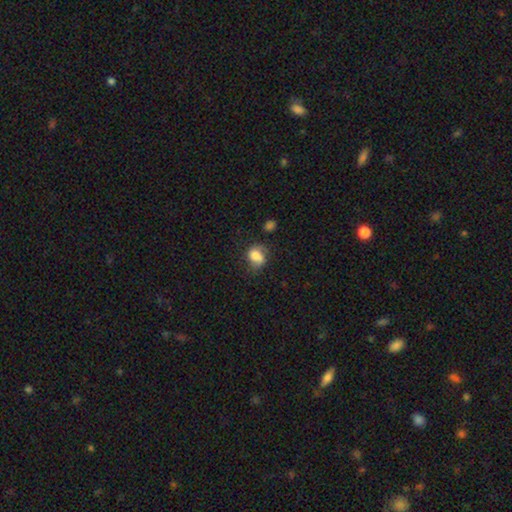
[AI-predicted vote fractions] Smooth or featured? Predicted: smooth (p=0.72). How rounded? Predicted: in between (p=0.58). Merging? Predicted: none (p=0.48).